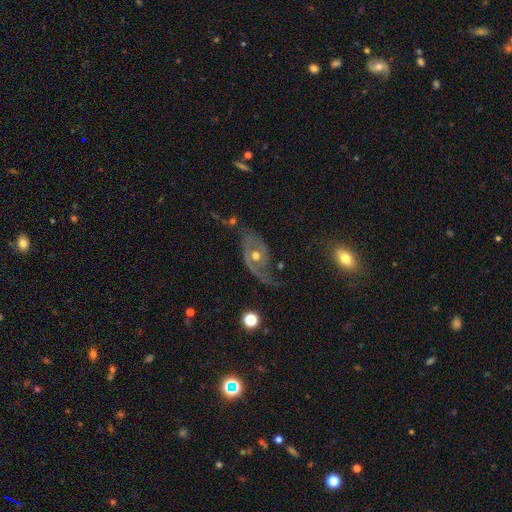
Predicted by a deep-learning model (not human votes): Smooth or featured: featured or disk — 77% (smooth — 14%)
Edge-on disk: no — 92% (yes — 8%)
Bar: no — 75% (weak — 20%)
Spiral arms: yes — 80% (no — 20%)
Spiral winding: medium — 38% (loose — 35%)
Spiral arm count: 2 — 53% (1 — 28%)
Bulge size: moderate — 64% (small — 30%)
Merging: none — 45% (major disturbance — 27%)